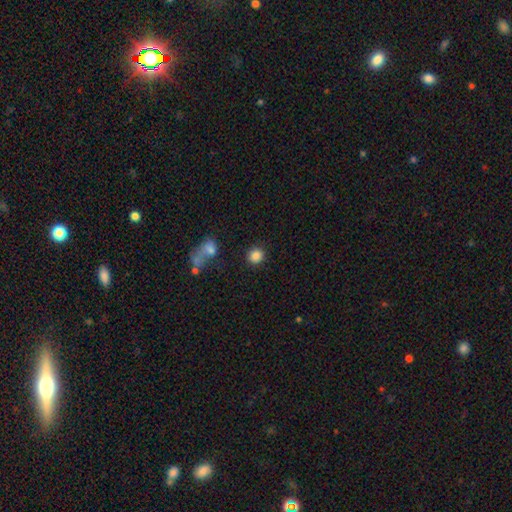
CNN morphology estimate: Smooth or featured? smooth (86%)
How rounded? round (88%)
Merging? none (84%)